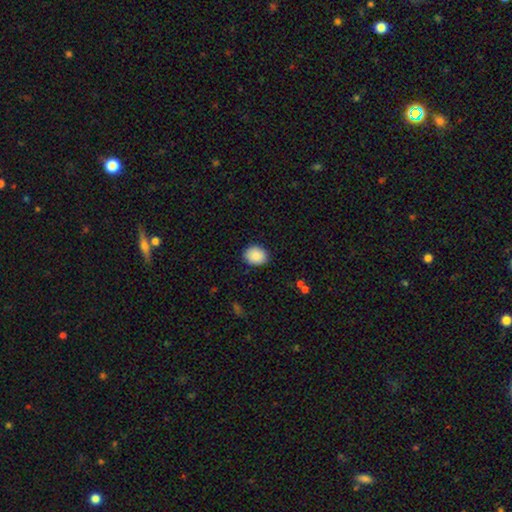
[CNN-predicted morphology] smooth_or_featured: smooth (p=0.89) [alt: star or artifact p=0.07]
how_rounded: round (p=0.54) [alt: in between p=0.46]
merging: none (p=0.88) [alt: minor disturbance p=0.09]